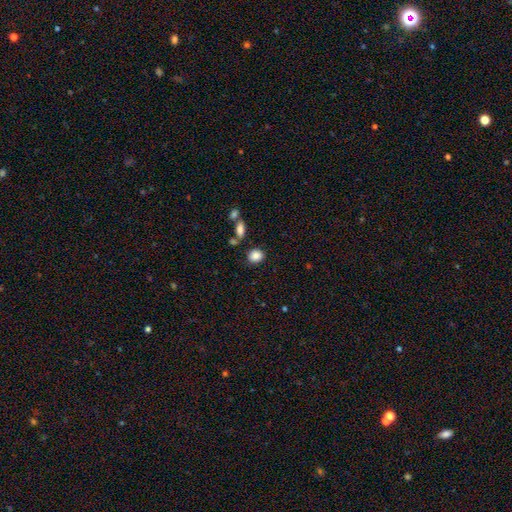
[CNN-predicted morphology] This is clearly a smooth galaxy (86%). How rounded: likely round (61%). Merging: likely none (79%).